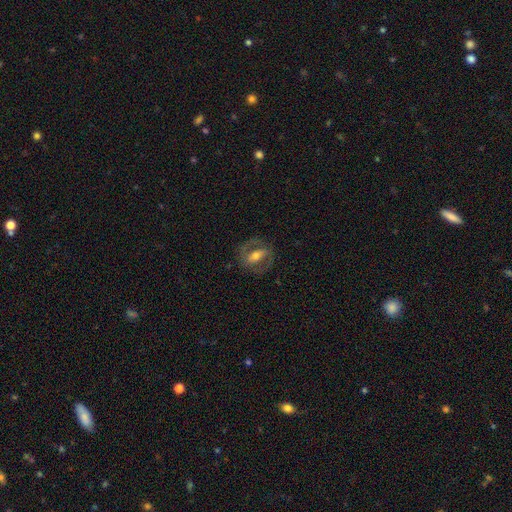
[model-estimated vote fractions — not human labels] Smooth or featured?
  - featured or disk: 65% *
  - smooth: 28%
  - star or artifact: 7%
Edge-on disk?
  - no: 91% *
  - yes: 9%
Bar?
  - strong: 47% *
  - weak: 29%
  - no: 25%
Spiral arms?
  - yes: 52% *
  - no: 48%
Bulge size?
  - moderate: 63% *
  - small: 25%
  - large: 10%
  - none: 2%
  - dominant: 1%
Merging?
  - none: 77% *
  - minor disturbance: 13%
  - major disturbance: 9%
  - merger: 1%